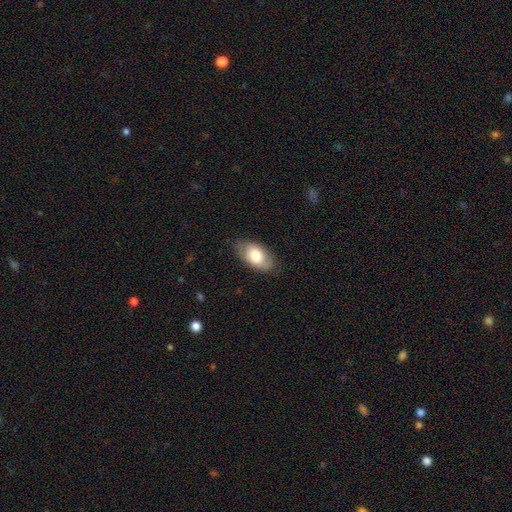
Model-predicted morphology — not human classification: Smooth or featured? smooth (75%)
How rounded? in between (93%)
Merging? none (80%)